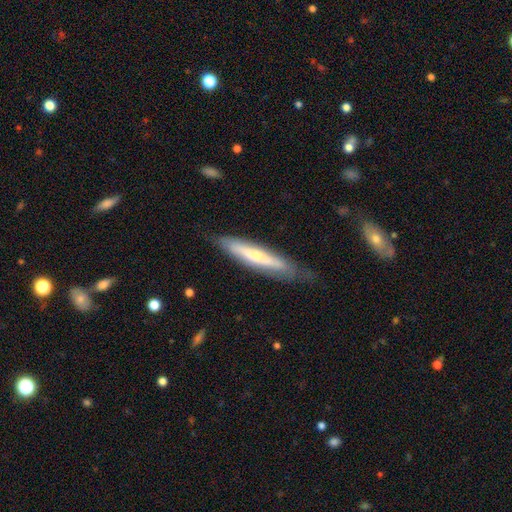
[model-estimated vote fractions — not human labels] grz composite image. It shows a featured or disk galaxy (51%) viewed edge-on (77%). Merging: none (76%).